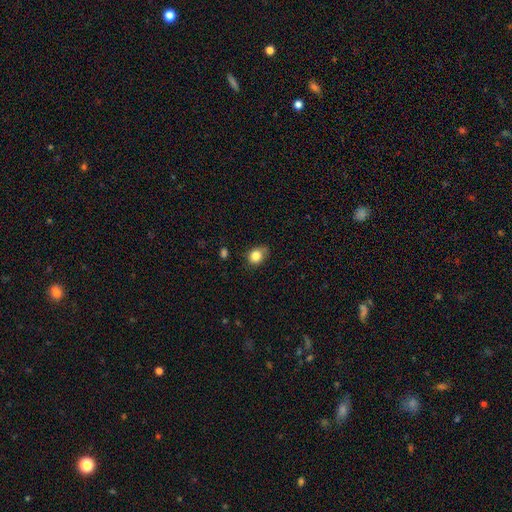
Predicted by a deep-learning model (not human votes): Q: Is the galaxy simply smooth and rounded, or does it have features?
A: smooth — 82%.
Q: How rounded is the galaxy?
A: round — 53%.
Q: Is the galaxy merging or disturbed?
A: none — 64%.